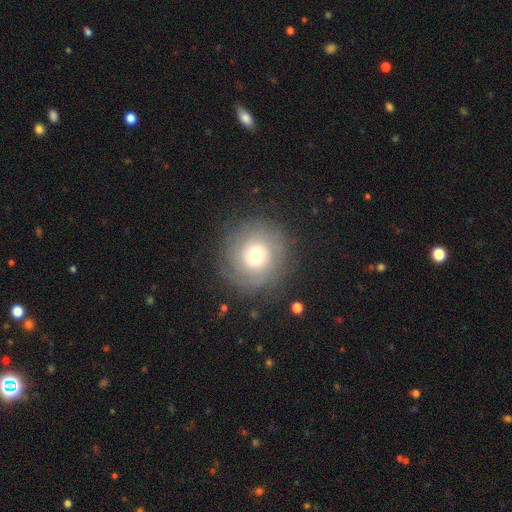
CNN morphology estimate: Smooth or featured? Predicted: featured or disk (p=0.52). Edge-on disk? Predicted: no (p=0.97). Bar? Predicted: no (p=0.84). Spiral arms? Predicted: yes (p=0.79). Bulge size? Predicted: moderate (p=0.58). Merging? Predicted: none (p=0.82).